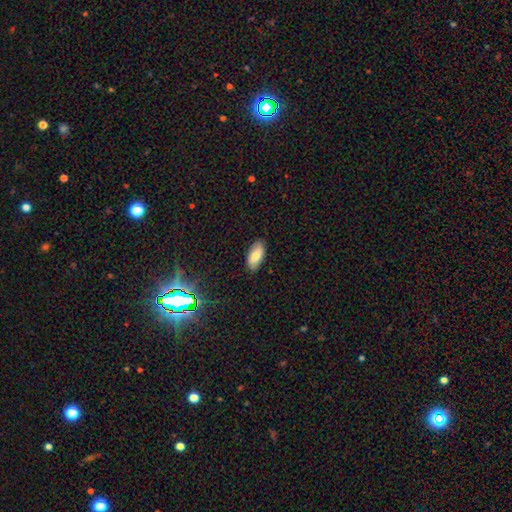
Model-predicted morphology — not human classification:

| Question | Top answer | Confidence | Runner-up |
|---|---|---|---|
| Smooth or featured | smooth | 76% | featured or disk (17%) |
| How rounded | in between | 92% | cigar-shaped (6%) |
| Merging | none | 86% | minor disturbance (11%) |